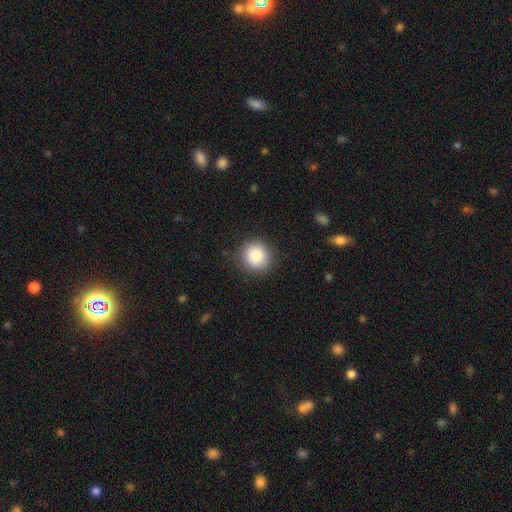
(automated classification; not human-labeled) Smooth or featured: smooth — 86% (star or artifact — 9%)
How rounded: round — 91% (in between — 8%)
Merging: none — 88% (minor disturbance — 8%)